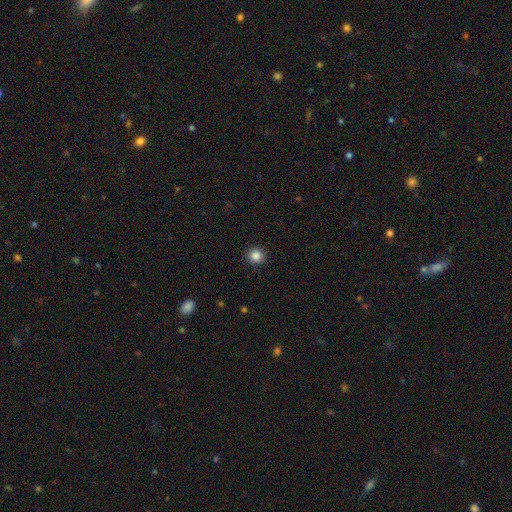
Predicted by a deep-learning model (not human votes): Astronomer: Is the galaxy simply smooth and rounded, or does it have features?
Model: smooth — 86%.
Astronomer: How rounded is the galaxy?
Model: round — 92%.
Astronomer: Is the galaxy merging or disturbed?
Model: none — 92%.